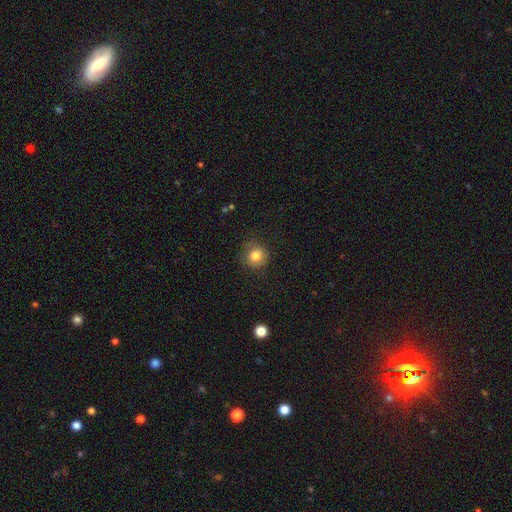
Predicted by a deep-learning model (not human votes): Q: Smooth or featured?
A: smooth (81%); runner-up: star or artifact (12%)
Q: How rounded?
A: round (91%); runner-up: in between (8%)
Q: Merging?
A: none (84%); runner-up: minor disturbance (11%)